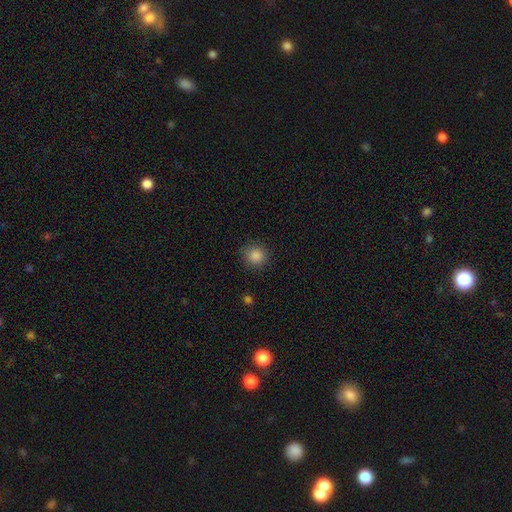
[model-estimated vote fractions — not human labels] Smooth or featured?
  - smooth: 86% *
  - star or artifact: 11%
  - featured or disk: 3%
How rounded?
  - round: 91% *
  - in between: 8%
  - cigar-shaped: 1%
Merging?
  - none: 89% *
  - minor disturbance: 8%
  - major disturbance: 3%
  - merger: 1%